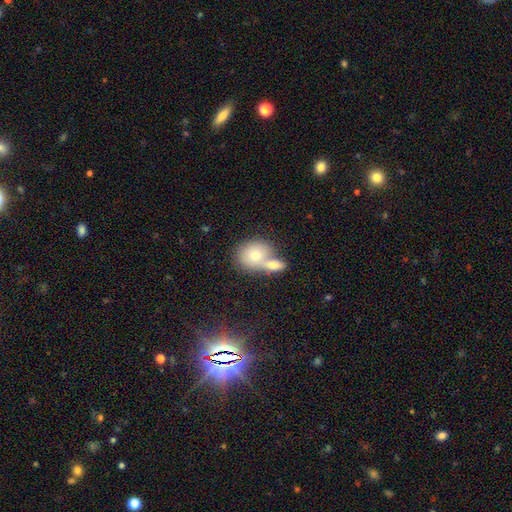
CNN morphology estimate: Overall: smooth (74%). How rounded: round (57%; in between 42%). Merging: merger (57%; none 31%).